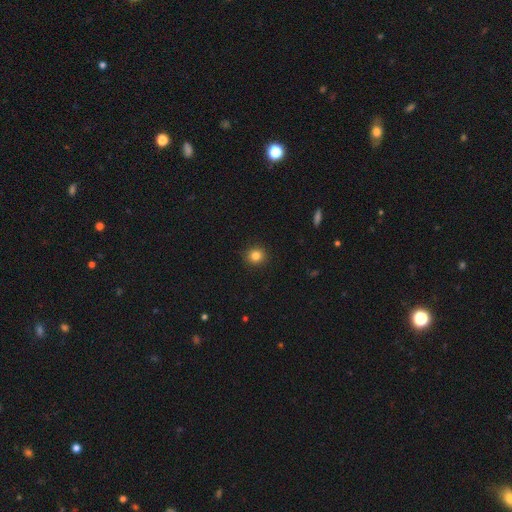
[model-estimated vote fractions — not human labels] smooth_or_featured: smooth (p=0.83) [alt: star or artifact p=0.12]
how_rounded: round (p=0.92) [alt: in between p=0.07]
merging: none (p=0.92) [alt: minor disturbance p=0.06]